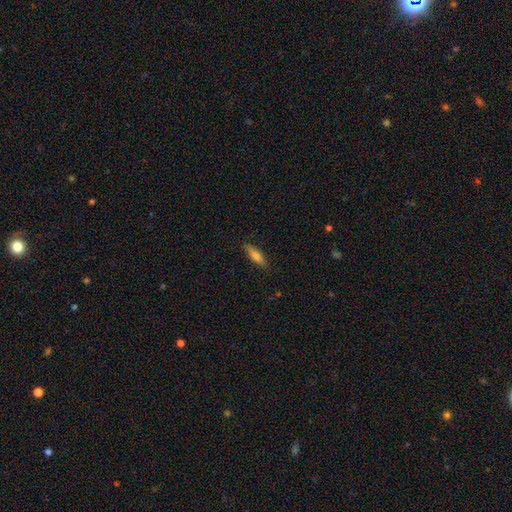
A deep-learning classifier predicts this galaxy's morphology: smooth 70%, featured or disk 23%, star or artifact 7%. Down the decision tree: how rounded — cigar-shaped (58%); merging — none (84%).